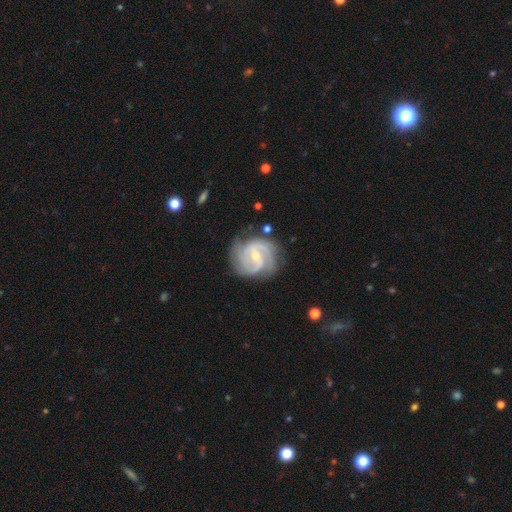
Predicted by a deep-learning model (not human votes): Smooth or featured? Predicted: featured or disk (p=0.90). Edge-on disk? Predicted: no (p=0.98). Bar? Predicted: weak (p=0.54). Spiral arms? Predicted: yes (p=0.98). Spiral winding? Predicted: tight (p=0.50). Spiral arm count? Predicted: 2 (p=0.51). Bulge size? Predicted: small (p=0.54). Merging? Predicted: none (p=0.72).